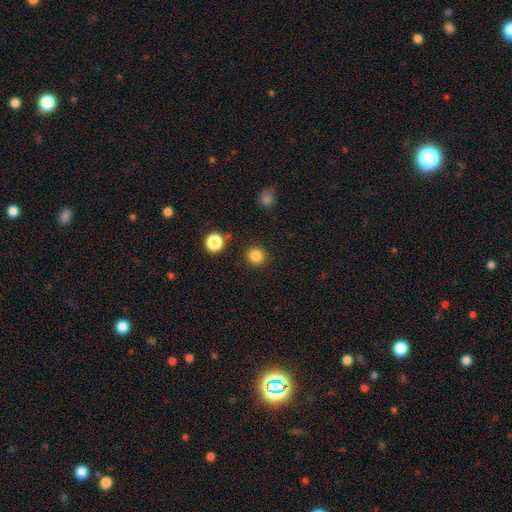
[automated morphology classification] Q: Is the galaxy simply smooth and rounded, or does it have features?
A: smooth — 84%.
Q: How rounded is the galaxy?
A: round — 93%.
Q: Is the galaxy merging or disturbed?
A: none — 90%.